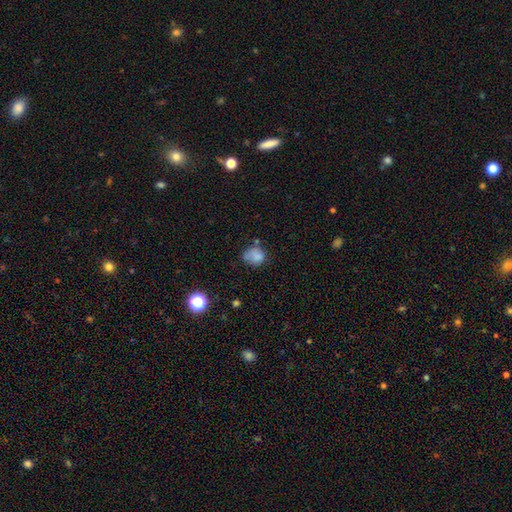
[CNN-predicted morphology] A smooth galaxy with no disk features (76%) that is round (56%).

Vote fractions:
- Smooth or featured? smooth: 76% / featured or disk: 12% / star or artifact: 12%
- How rounded? round: 56% / in between: 43% / cigar-shaped: 1%
- Merging? none: 46% / minor disturbance: 30% / major disturbance: 15% / merger: 9%